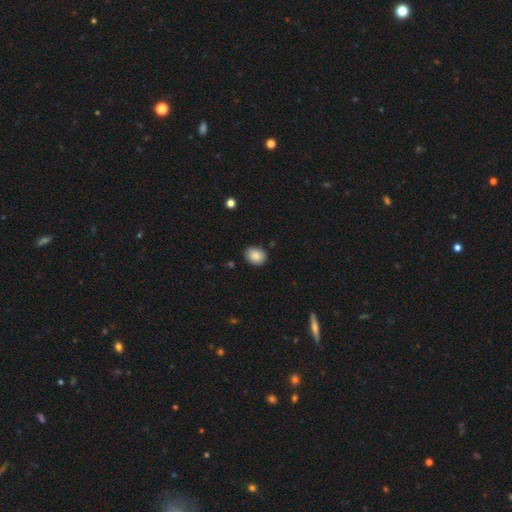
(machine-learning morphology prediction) This is clearly a smooth galaxy (87%). How rounded: possibly in between (54%). Merging: clearly none (87%).